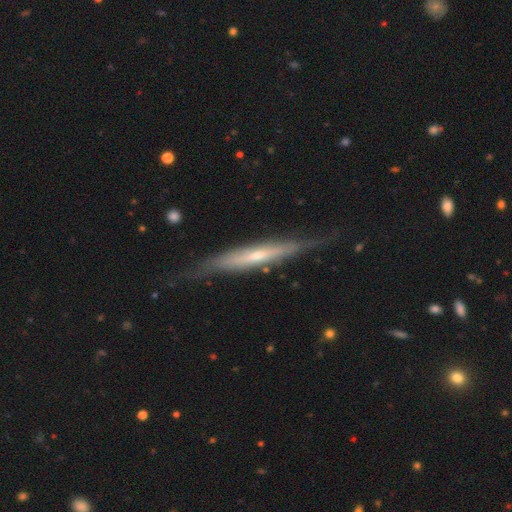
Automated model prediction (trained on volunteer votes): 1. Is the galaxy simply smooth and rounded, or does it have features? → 73% featured or disk, 21% smooth, 6% star or artifact.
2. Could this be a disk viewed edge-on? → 87% yes, 13% no.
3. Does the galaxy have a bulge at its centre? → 52% rounded, 40% none, 8% boxy.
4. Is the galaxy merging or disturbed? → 73% none, 20% minor disturbance, 5% major disturbance, 2% merger.